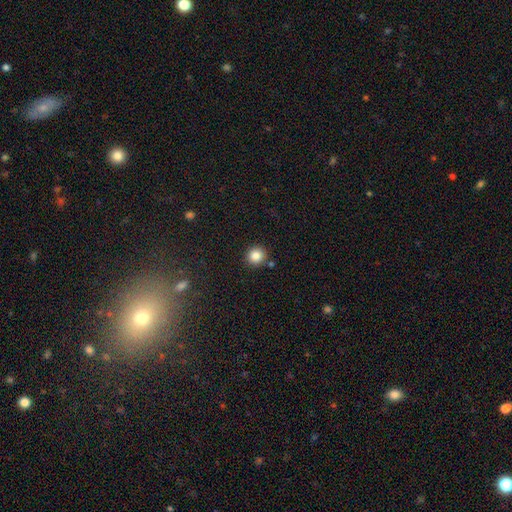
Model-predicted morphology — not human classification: smooth 84%, star or artifact 11%, featured or disk 5%. Down the decision tree: how rounded — round (92%); merging — none (87%).